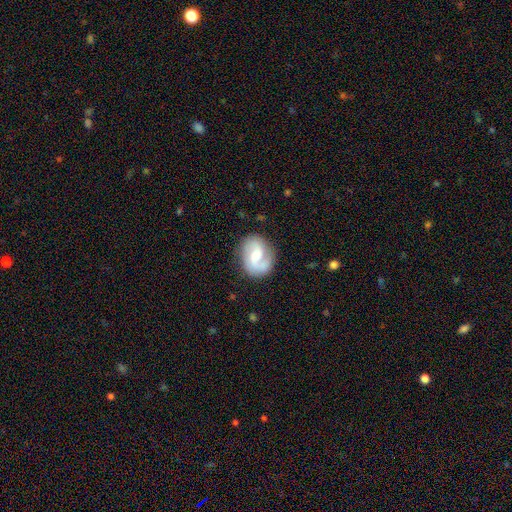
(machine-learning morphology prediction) A featured or disk galaxy (75%) with a weak bar (54%), 2 (81%) medium (48%) spiral arms (94%) and a moderate central bulge (55%). Merging: none (76%).